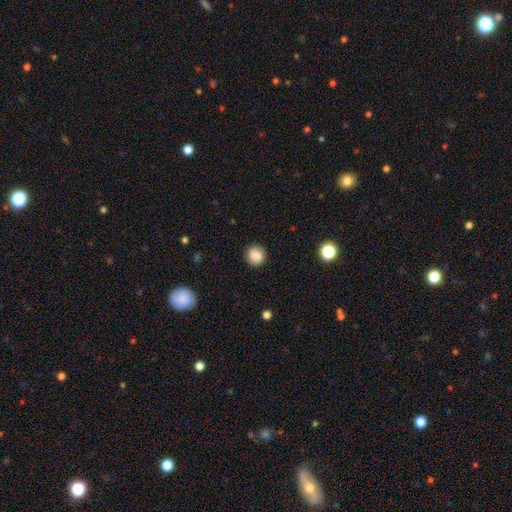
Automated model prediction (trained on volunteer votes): A smooth galaxy with no disk features (83%) that is round (89%). Merging: none (88%).